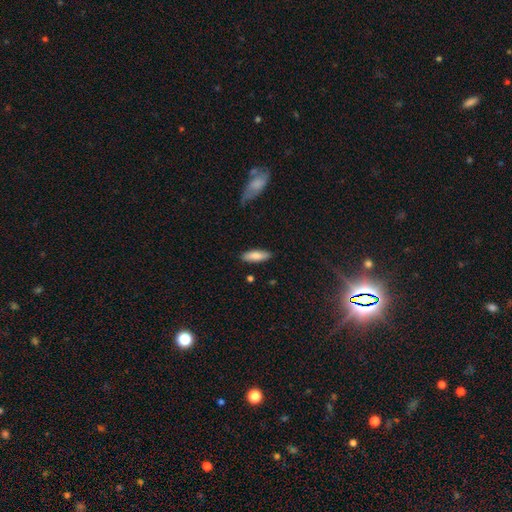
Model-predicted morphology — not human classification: smooth_or_featured: smooth (p=0.82) [alt: featured or disk p=0.13]
how_rounded: in between (p=0.63) [alt: cigar-shaped p=0.35]
merging: none (p=0.84) [alt: minor disturbance p=0.12]